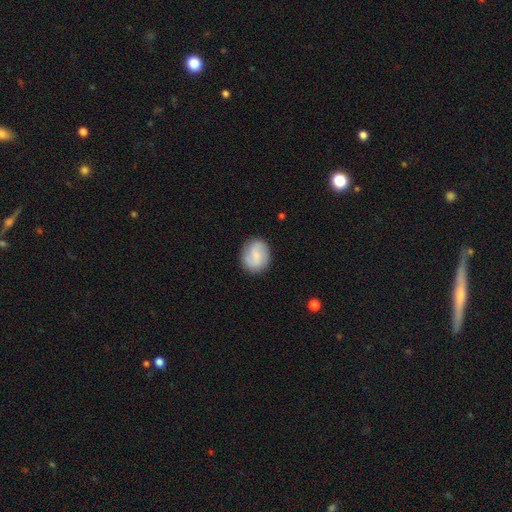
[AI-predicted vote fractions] smooth_or_featured: smooth (p=0.52) [alt: featured or disk p=0.41]
how_rounded: round (p=0.71) [alt: in between p=0.28]
merging: none (p=0.84) [alt: minor disturbance p=0.12]